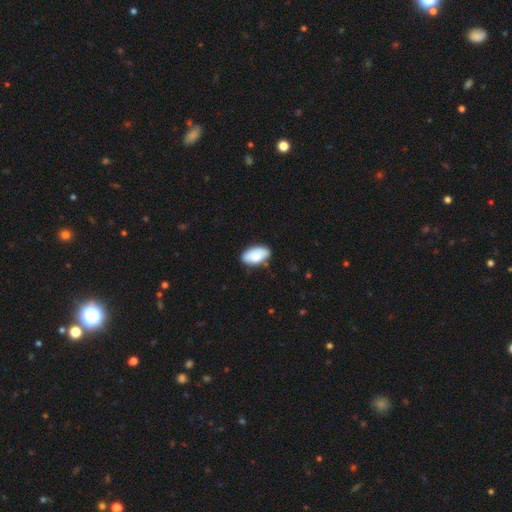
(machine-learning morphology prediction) Smooth or featured: smooth — 80% (featured or disk — 14%)
How rounded: in between — 95% (round — 3%)
Merging: none — 75% (minor disturbance — 20%)